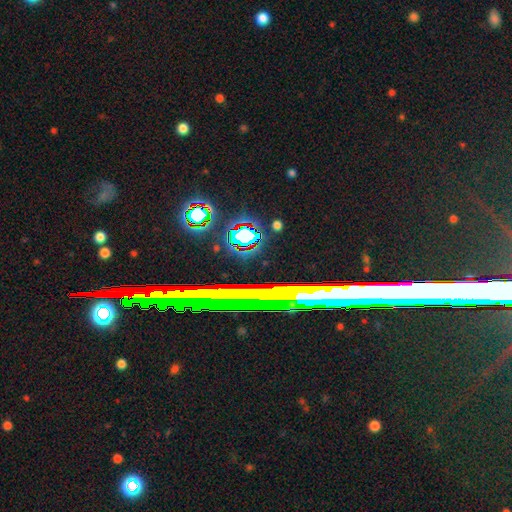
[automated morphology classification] A star or artifact, not a galaxy (65%).